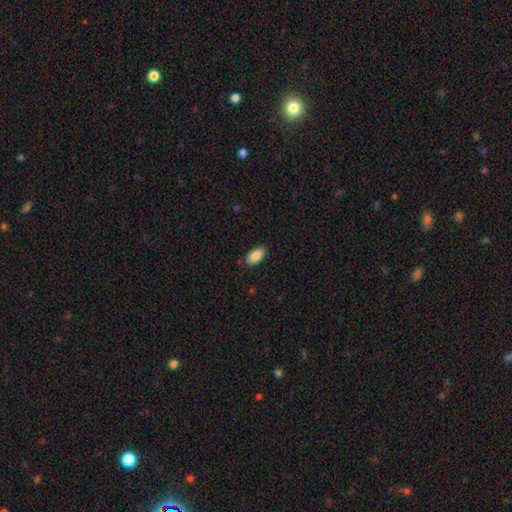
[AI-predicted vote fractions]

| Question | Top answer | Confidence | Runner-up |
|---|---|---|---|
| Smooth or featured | smooth | 88% | star or artifact (7%) |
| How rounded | in between | 94% | cigar-shaped (4%) |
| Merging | none | 86% | minor disturbance (11%) |